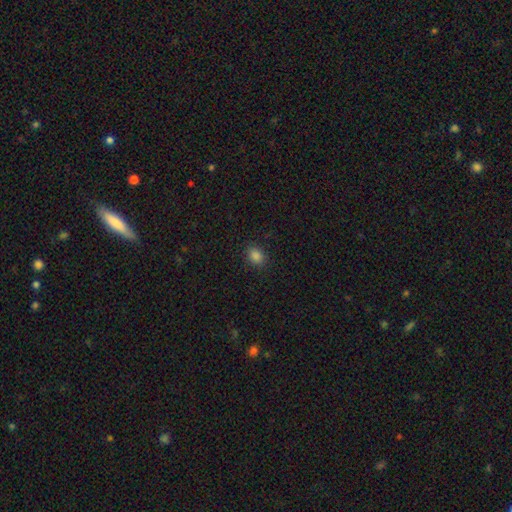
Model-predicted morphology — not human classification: Smooth or featured? smooth (84%)
How rounded? in between (50%)
Merging? none (87%)